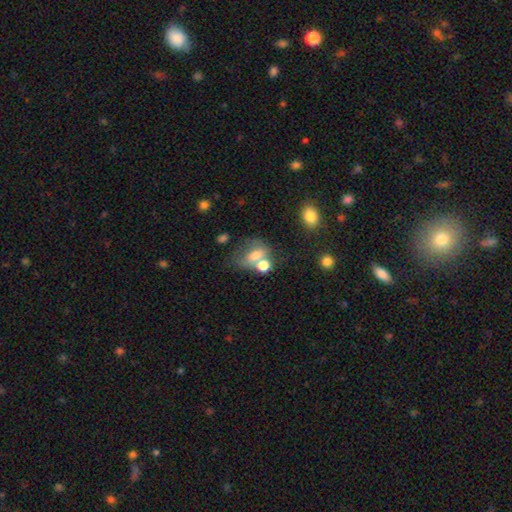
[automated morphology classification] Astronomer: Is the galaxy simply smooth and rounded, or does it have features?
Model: smooth — 66%.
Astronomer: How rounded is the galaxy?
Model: in between — 72%.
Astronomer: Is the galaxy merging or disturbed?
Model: merger — 38% (runner-up: none, 30%).